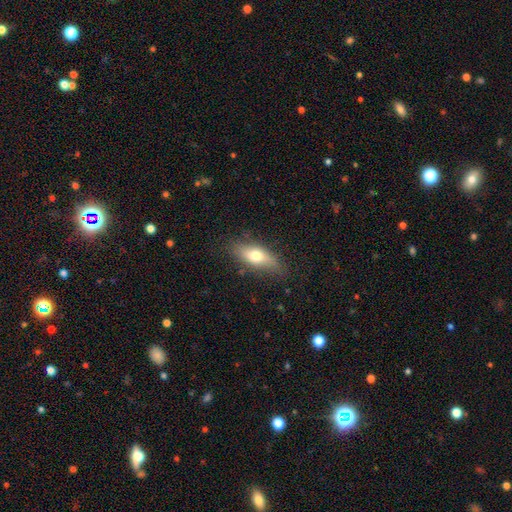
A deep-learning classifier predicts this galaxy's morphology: smooth_or_featured: smooth (p=0.68) [alt: featured or disk p=0.25]
how_rounded: in between (p=0.71) [alt: cigar-shaped p=0.24]
merging: none (p=0.78) [alt: minor disturbance p=0.17]